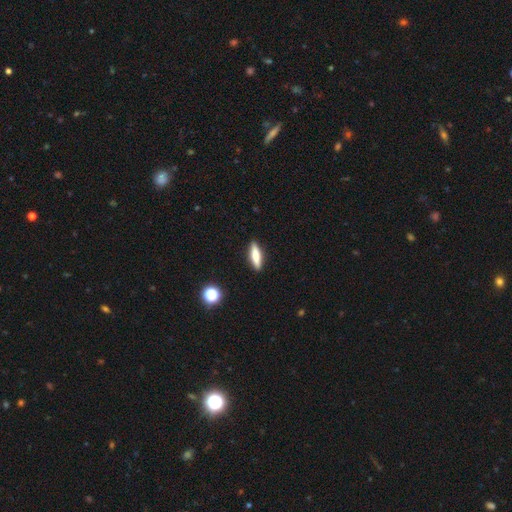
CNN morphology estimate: smooth_or_featured: smooth (p=0.68) [alt: featured or disk p=0.24]
how_rounded: cigar-shaped (p=0.65) [alt: in between p=0.32]
merging: none (p=0.90) [alt: minor disturbance p=0.07]